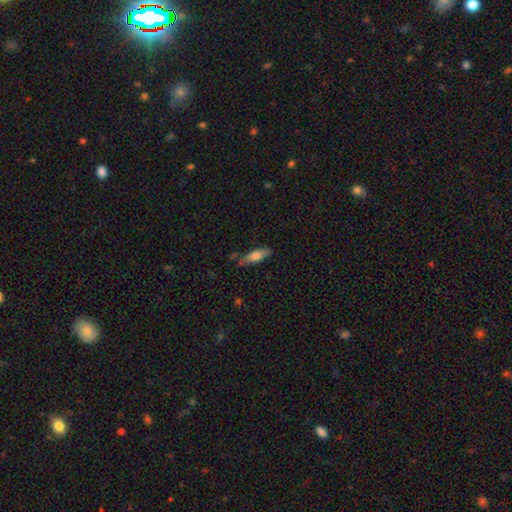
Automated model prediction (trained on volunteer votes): Smooth or featured?
  - smooth: 66% *
  - featured or disk: 28%
  - star or artifact: 7%
How rounded?
  - cigar-shaped: 51% *
  - in between: 46%
  - round: 2%
Merging?
  - none: 74% *
  - minor disturbance: 18%
  - merger: 4%
  - major disturbance: 4%